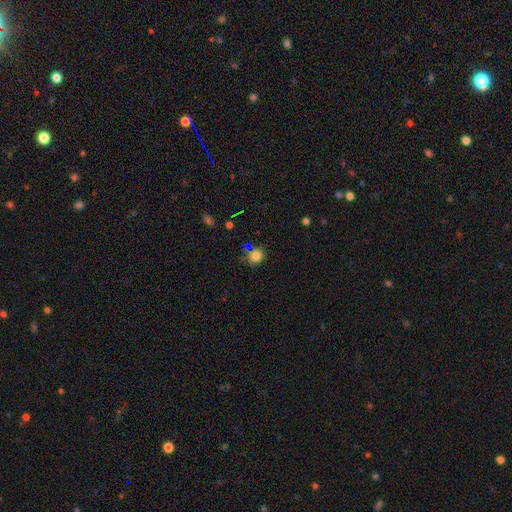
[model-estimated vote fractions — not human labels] A smooth galaxy with no disk features (76%) that is round (75%). Merging: none (74%).